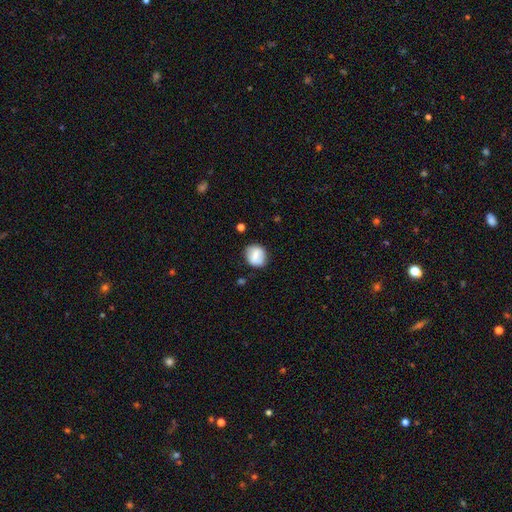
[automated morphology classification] Smooth or featured? Predicted: smooth (p=0.71). How rounded? Predicted: round (p=0.69). Merging? Predicted: none (p=0.75).